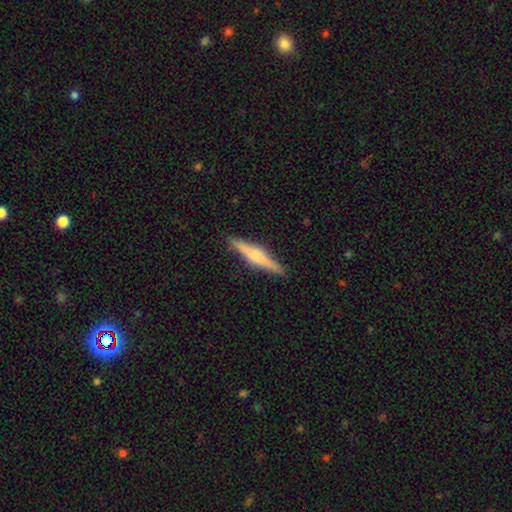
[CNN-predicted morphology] Smooth or featured? featured or disk (61%)
Edge-on disk? yes (98%)
Edge-on bulge? rounded (76%)
Merging? none (90%)